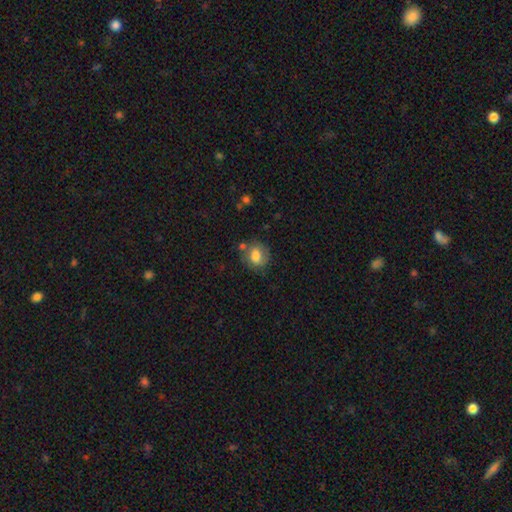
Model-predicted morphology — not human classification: Smooth or featured? Predicted: smooth (p=0.72). How rounded? Predicted: round (p=0.65). Merging? Predicted: none (p=0.68).